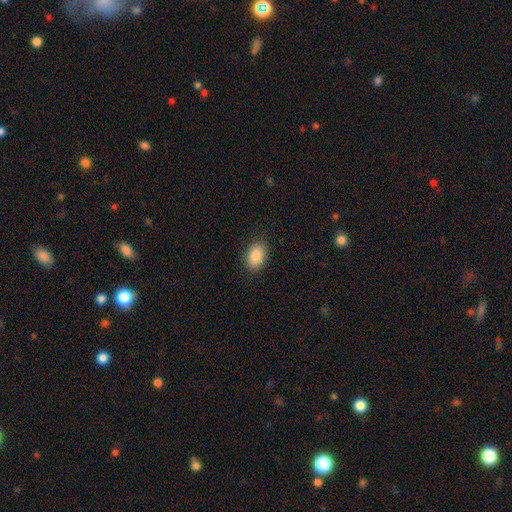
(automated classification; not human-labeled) Smooth or featured?
  - smooth: 89% *
  - star or artifact: 7%
  - featured or disk: 4%
How rounded?
  - in between: 89% *
  - round: 9%
  - cigar-shaped: 1%
Merging?
  - none: 87% *
  - minor disturbance: 10%
  - major disturbance: 3%
  - merger: 1%